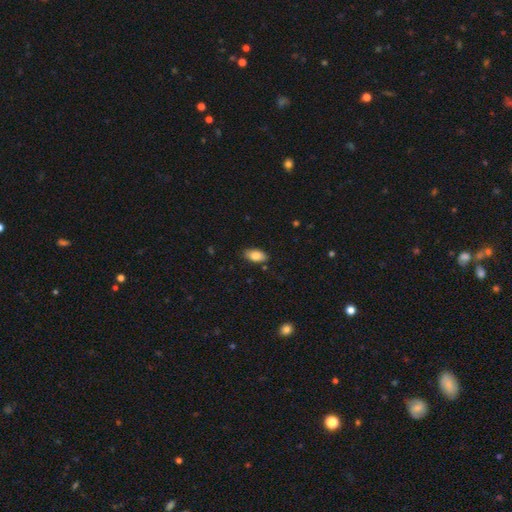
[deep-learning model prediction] Smooth or featured: smooth — 84% (featured or disk — 8%)
How rounded: in between — 92% (cigar-shaped — 4%)
Merging: none — 82% (minor disturbance — 14%)